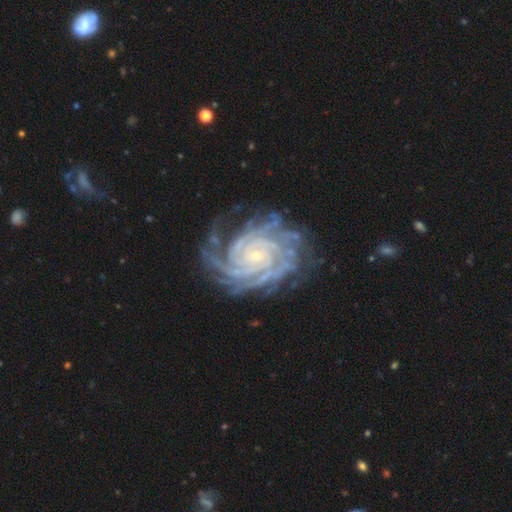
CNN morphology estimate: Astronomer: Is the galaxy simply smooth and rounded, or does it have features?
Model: featured or disk — 92%.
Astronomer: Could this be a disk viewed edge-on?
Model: no — 98%.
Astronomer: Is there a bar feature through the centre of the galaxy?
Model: no — 71%.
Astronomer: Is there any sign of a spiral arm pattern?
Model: yes — 99%.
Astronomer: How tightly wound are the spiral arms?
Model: tight — 82%.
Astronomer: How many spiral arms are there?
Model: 4 — 30% (runner-up: more than 4, 26%).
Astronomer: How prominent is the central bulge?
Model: small — 85%.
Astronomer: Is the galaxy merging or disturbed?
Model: none — 71%.